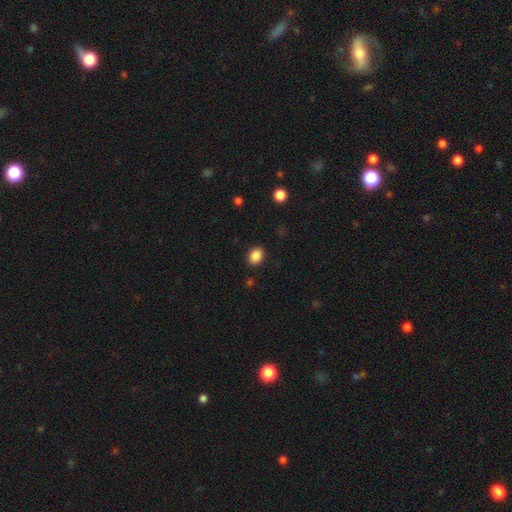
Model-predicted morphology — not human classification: The model was most divided on "how rounded": in between: 61%, round: 38%, cigar-shaped: 1%. More confident: merging — none (89%); smooth or featured — smooth (87%).